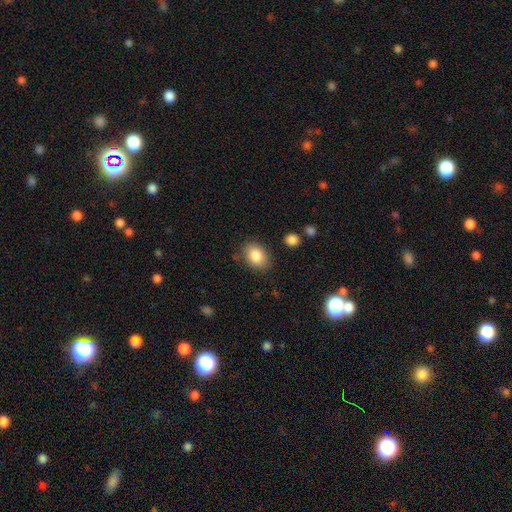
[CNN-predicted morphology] This is clearly a smooth galaxy (85%). How rounded: likely in between (74%). Merging: clearly none (81%).